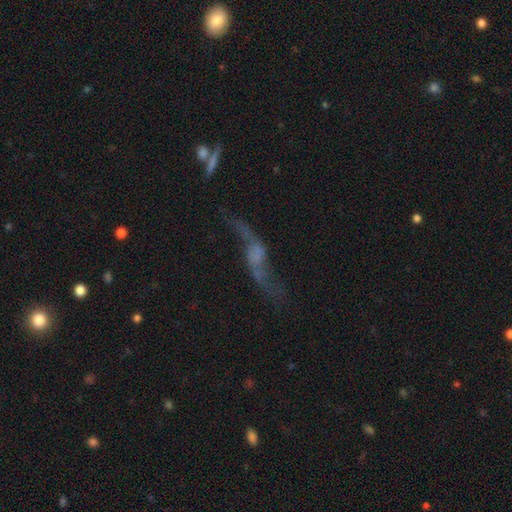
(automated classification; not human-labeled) Q: Smooth or featured?
A: featured or disk (73%); runner-up: smooth (15%)
Q: Edge-on disk?
A: no (75%); runner-up: yes (25%)
Q: Bar?
A: no (58%); runner-up: weak (31%)
Q: Spiral arms?
A: yes (83%); runner-up: no (17%)
Q: Bulge size?
A: none (52%); runner-up: small (26%)
Q: Merging?
A: none (55%); runner-up: major disturbance (21%)